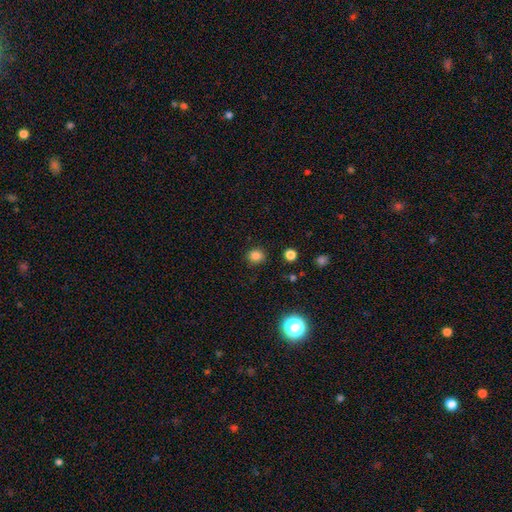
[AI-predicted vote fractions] The model was most divided on "how rounded": round: 82%, in between: 17%, cigar-shaped: 1%. More confident: merging — none (88%); smooth or featured — smooth (82%).